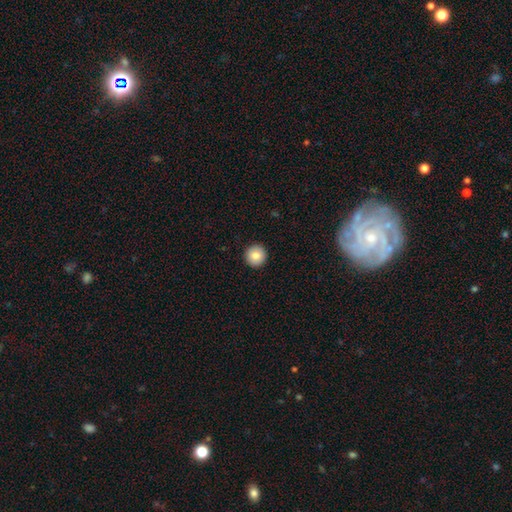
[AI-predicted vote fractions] Smooth or featured? Predicted: smooth (p=0.84). How rounded? Predicted: round (p=0.95). Merging? Predicted: none (p=0.93).